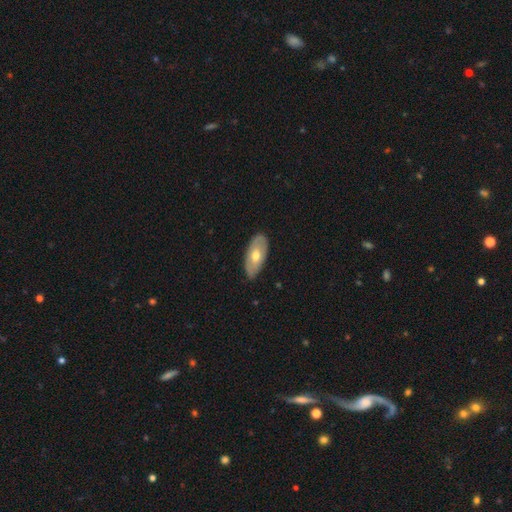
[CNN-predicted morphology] Smooth or featured? smooth (54%)
How rounded? in between (91%)
Merging? none (83%)